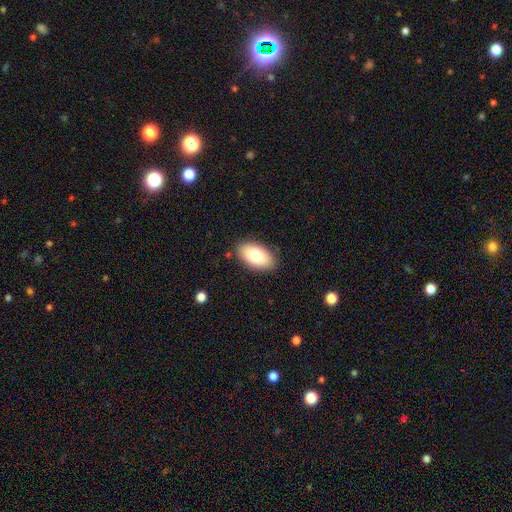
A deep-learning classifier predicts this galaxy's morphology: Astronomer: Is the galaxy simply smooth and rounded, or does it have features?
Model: smooth — 78%.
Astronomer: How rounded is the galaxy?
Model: in between — 94%.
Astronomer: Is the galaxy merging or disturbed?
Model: none — 86%.